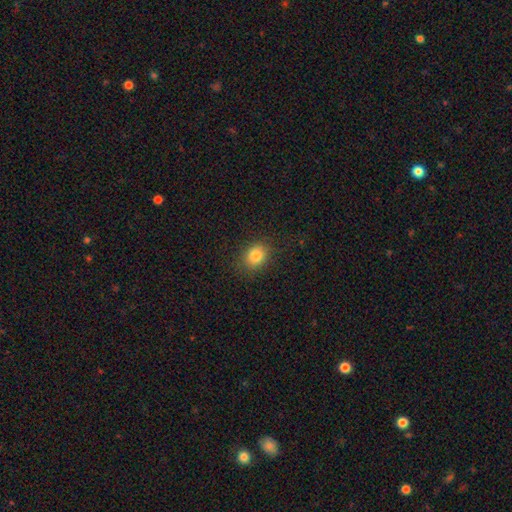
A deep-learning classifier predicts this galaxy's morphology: Overall: smooth (83%). How rounded: round (58%; in between 41%). Merging: none (85%).